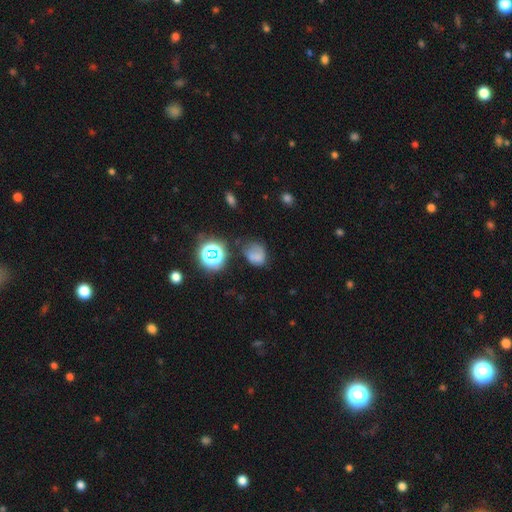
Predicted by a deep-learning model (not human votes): Q: Smooth or featured?
A: smooth (61%); runner-up: star or artifact (22%)
Q: How rounded?
A: round (52%); runner-up: in between (47%)
Q: Merging?
A: none (45%); runner-up: minor disturbance (30%)